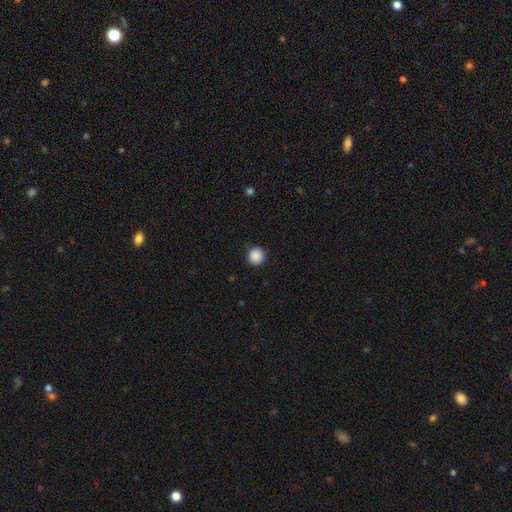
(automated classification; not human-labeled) Overall: smooth (89%). How rounded: round (95%). Merging: none (91%).